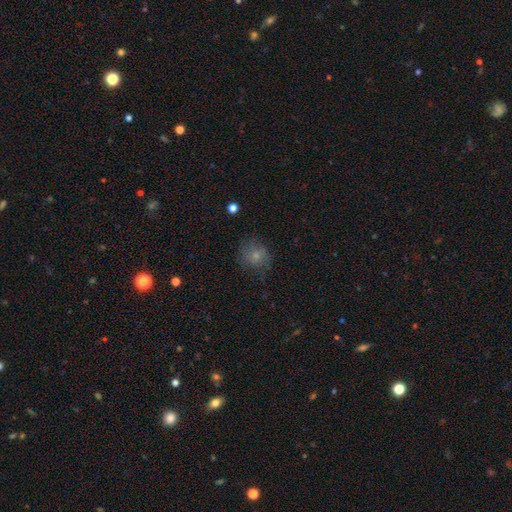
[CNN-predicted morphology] smooth_or_featured: smooth (p=0.68) [alt: featured or disk p=0.21]
how_rounded: round (p=0.75) [alt: in between p=0.24]
merging: none (p=0.63) [alt: minor disturbance p=0.23]